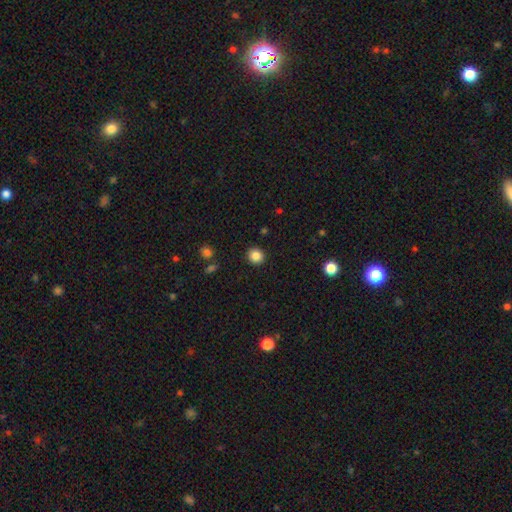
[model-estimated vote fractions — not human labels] Smooth or featured: smooth — 84% (star or artifact — 11%)
How rounded: round — 90% (in between — 9%)
Merging: none — 92% (minor disturbance — 5%)